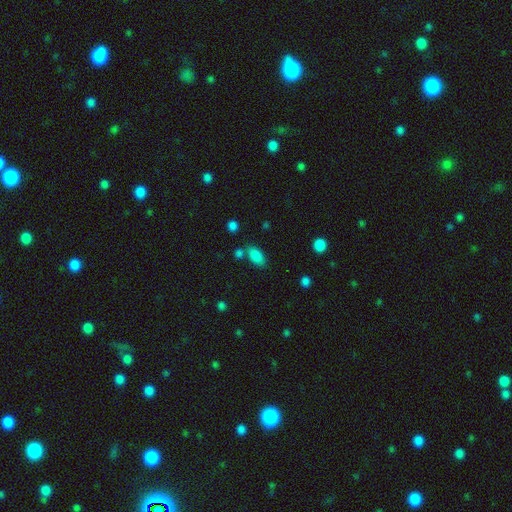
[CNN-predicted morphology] The model was most divided on "merging": none: 67%, minor disturbance: 15%, merger: 14%, major disturbance: 5%. More confident: how rounded — in between (91%); smooth or featured — smooth (85%).